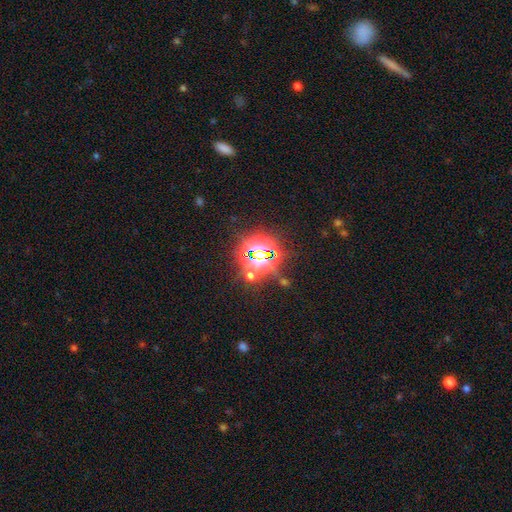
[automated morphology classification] A star or artifact, not a galaxy (79%).